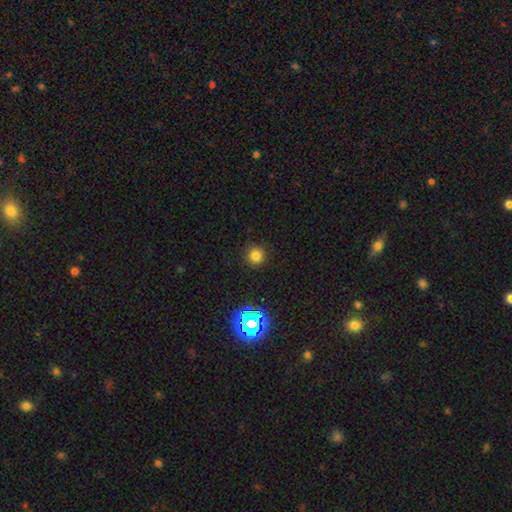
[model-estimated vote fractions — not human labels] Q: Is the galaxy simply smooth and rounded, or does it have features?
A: smooth — 77%.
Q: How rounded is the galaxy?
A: round — 95%.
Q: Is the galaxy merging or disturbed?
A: none — 91%.